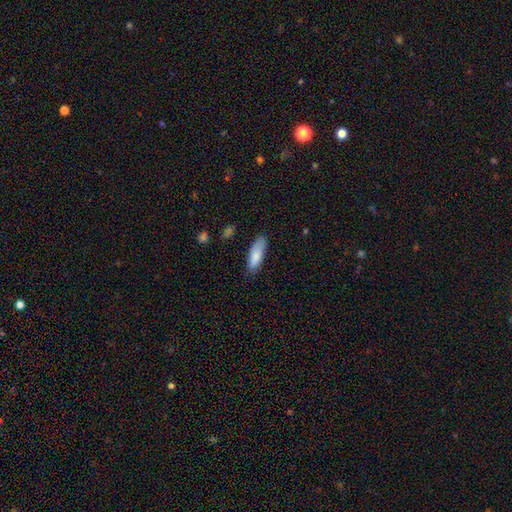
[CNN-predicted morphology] Smooth or featured: smooth — 85% (featured or disk — 9%)
How rounded: in between — 59% (cigar-shaped — 39%)
Merging: none — 77% (minor disturbance — 18%)